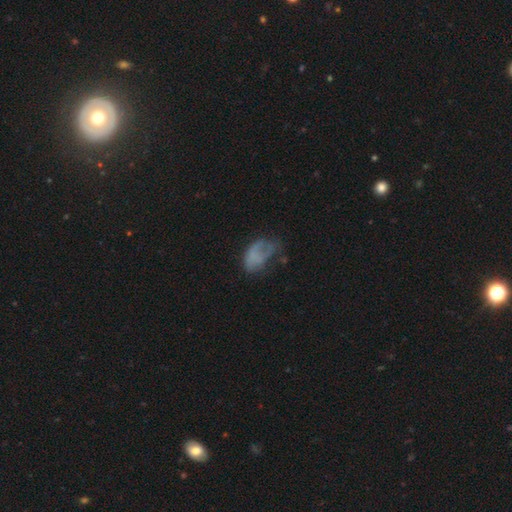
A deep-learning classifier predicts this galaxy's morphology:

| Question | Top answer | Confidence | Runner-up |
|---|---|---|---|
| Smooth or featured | smooth | 54% | featured or disk (33%) |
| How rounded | in between | 87% | round (12%) |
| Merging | major disturbance | 38% | none (30%) |